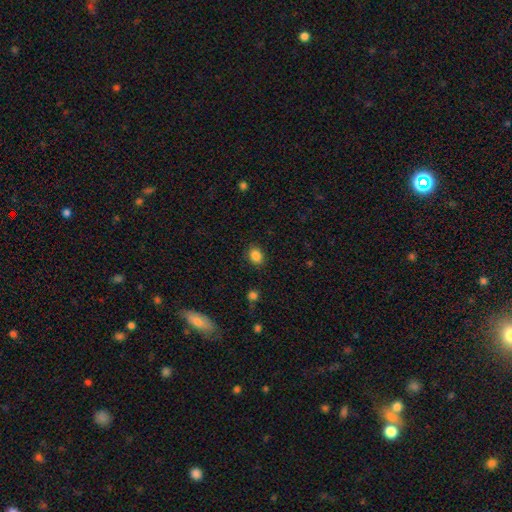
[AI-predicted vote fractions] smooth 86%, star or artifact 10%, featured or disk 4%. Down the decision tree: how rounded — in between (52%); merging — none (87%).